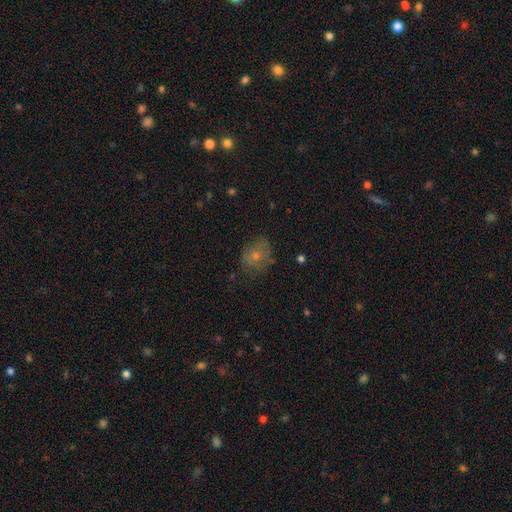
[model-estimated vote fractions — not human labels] Overall: smooth (63%; featured or disk 25%). How rounded: round (54%; in between 45%). Merging: none (63%; minor disturbance 24%).